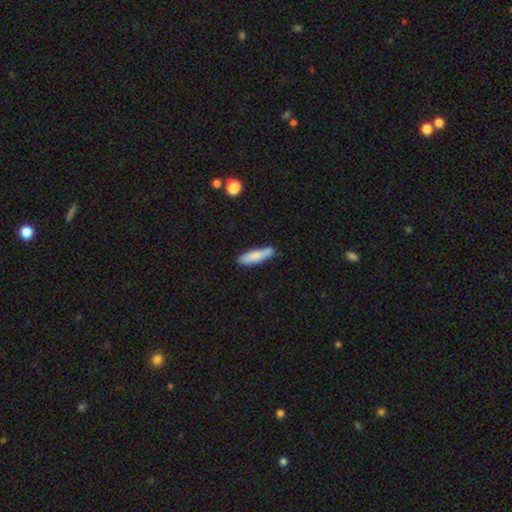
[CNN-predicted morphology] A smooth galaxy with no disk features (79%) that is cigar-shaped (66%). Merging: none (68%).